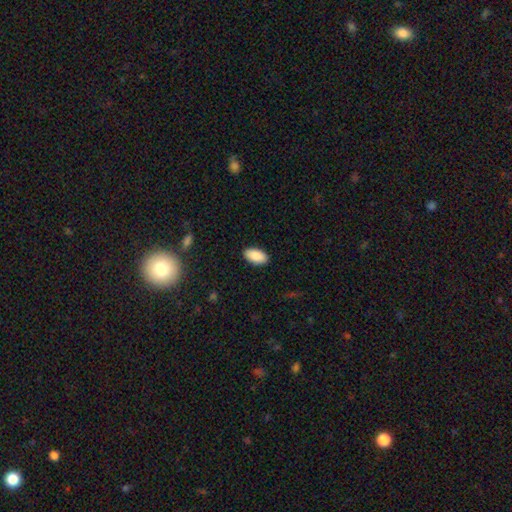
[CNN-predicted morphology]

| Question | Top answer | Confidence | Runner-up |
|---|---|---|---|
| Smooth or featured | smooth | 89% | star or artifact (7%) |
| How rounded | in between | 95% | cigar-shaped (3%) |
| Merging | none | 89% | minor disturbance (8%) |